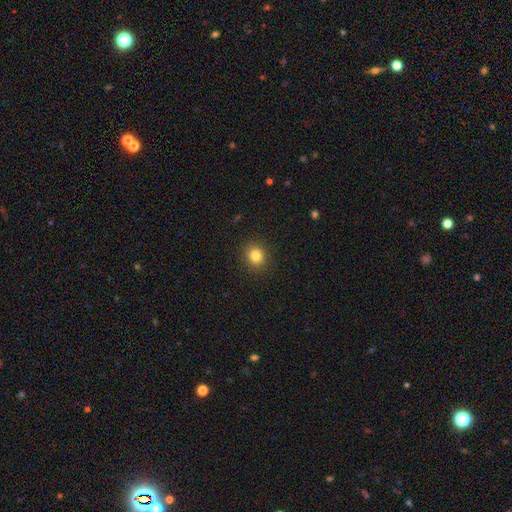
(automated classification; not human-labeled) smooth-or-featured: smooth: 83% | star or artifact: 11% | featured or disk: 6%
  how-rounded: round: 80% | in between: 20% | cigar-shaped: 1%
  merging: none: 90% | minor disturbance: 6% | major disturbance: 2% | merger: 1%